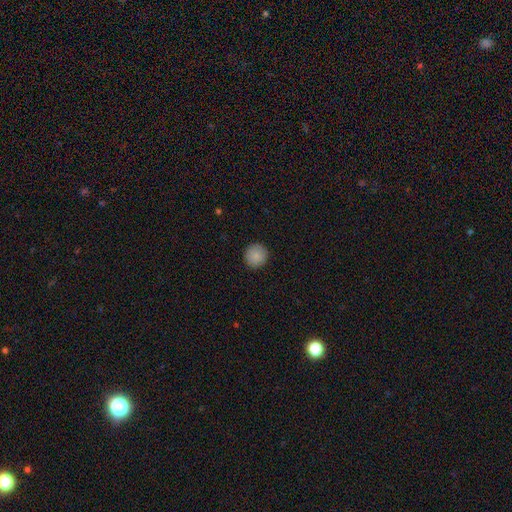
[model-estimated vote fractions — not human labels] Q: Smooth or featured?
A: smooth (87%); runner-up: star or artifact (8%)
Q: How rounded?
A: round (95%); runner-up: in between (4%)
Q: Merging?
A: none (92%); runner-up: minor disturbance (6%)